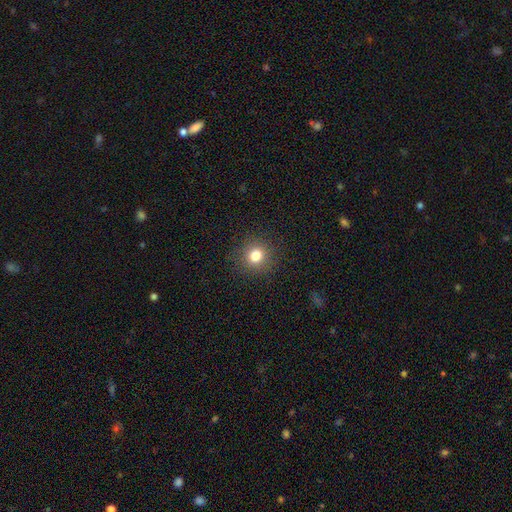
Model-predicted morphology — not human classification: Smooth or featured? Predicted: smooth (p=0.80). How rounded? Predicted: round (p=0.90). Merging? Predicted: none (p=0.90).